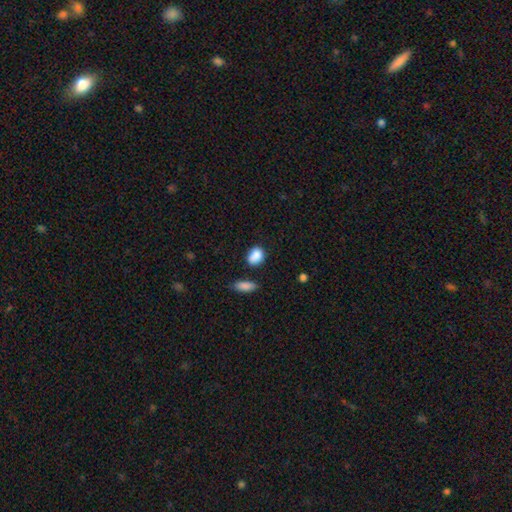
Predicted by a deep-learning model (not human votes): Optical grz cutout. It shows a smooth galaxy with no disk features (87%) that is in between round and cigar-shaped (65%). Merging: none (64%).